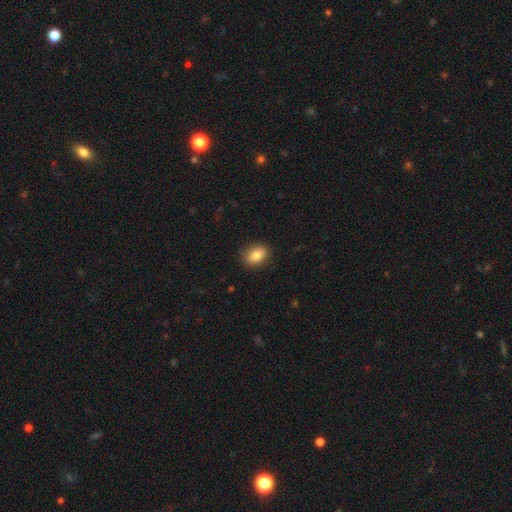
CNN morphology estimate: smooth-or-featured: smooth: 84% | star or artifact: 8% | featured or disk: 8%
  how-rounded: in between: 74% | round: 25% | cigar-shaped: 1%
  merging: none: 86% | minor disturbance: 10% | major disturbance: 2% | merger: 1%